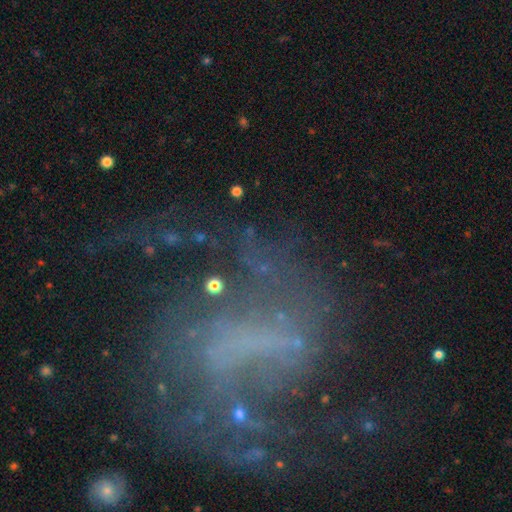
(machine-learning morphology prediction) smooth_or_featured: featured or disk (p=0.60) [alt: star or artifact p=0.25]
disk_edge_on: no (p=0.96) [alt: yes p=0.04]
bar: no (p=0.50) [alt: weak p=0.29]
has_spiral_arms: yes (p=0.54) [alt: no p=0.46]
bulge_size: none (p=0.70) [alt: small p=0.18]
merging: none (p=0.44) [alt: major disturbance p=0.34]